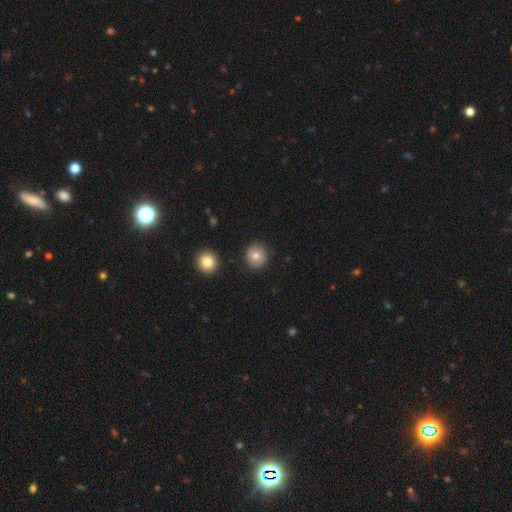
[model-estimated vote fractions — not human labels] A smooth galaxy with no disk features (77%) that is round (93%). Merging: none (90%).